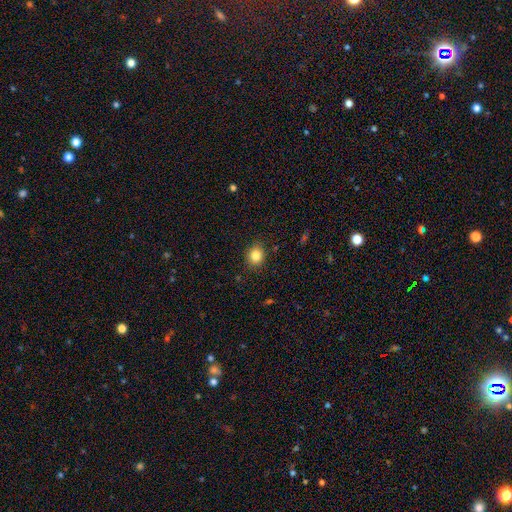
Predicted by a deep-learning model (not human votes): smooth 83%, star or artifact 11%, featured or disk 6%. Down the decision tree: how rounded — round (71%); merging — none (88%).